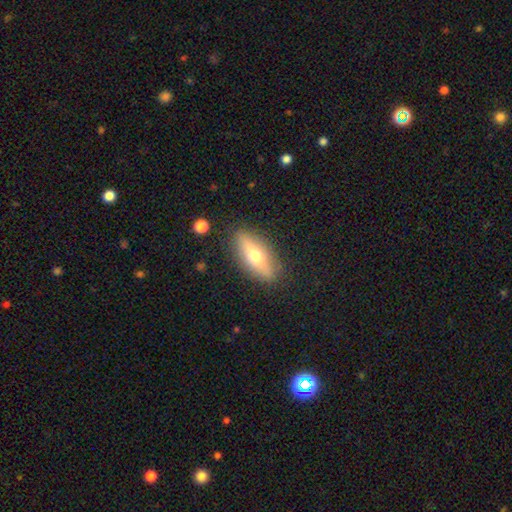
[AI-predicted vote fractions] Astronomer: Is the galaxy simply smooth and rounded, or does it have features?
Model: smooth — 50% (runner-up: featured or disk, 43%).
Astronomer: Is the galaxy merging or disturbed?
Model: none — 86%.